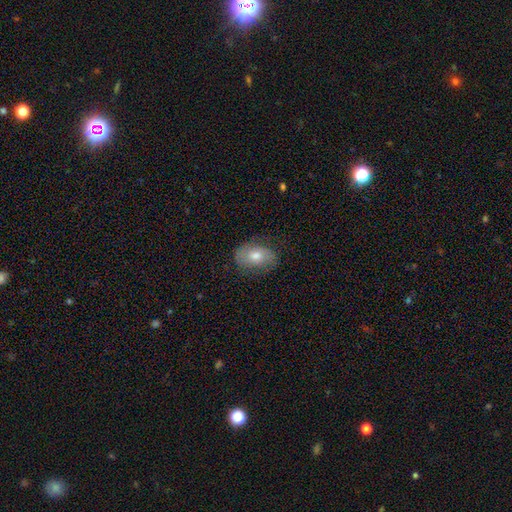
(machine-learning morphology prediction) Smooth or featured?
  - smooth: 52% *
  - featured or disk: 39%
  - star or artifact: 9%
How rounded?
  - in between: 83% *
  - round: 16%
  - cigar-shaped: 2%
Merging?
  - none: 73% *
  - minor disturbance: 19%
  - major disturbance: 7%
  - merger: 1%